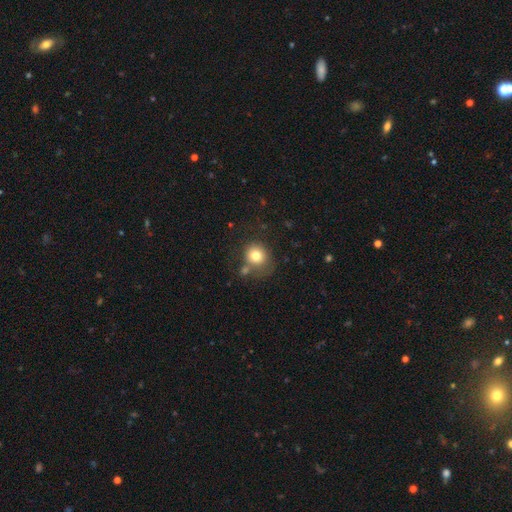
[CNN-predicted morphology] A smooth galaxy with no disk features (78%) that is round (83%).

Vote fractions:
- Smooth or featured? smooth: 78% / featured or disk: 11% / star or artifact: 11%
- How rounded? round: 83% / in between: 17% / cigar-shaped: 1%
- Merging? none: 61% / minor disturbance: 16% / merger: 15% / major disturbance: 8%